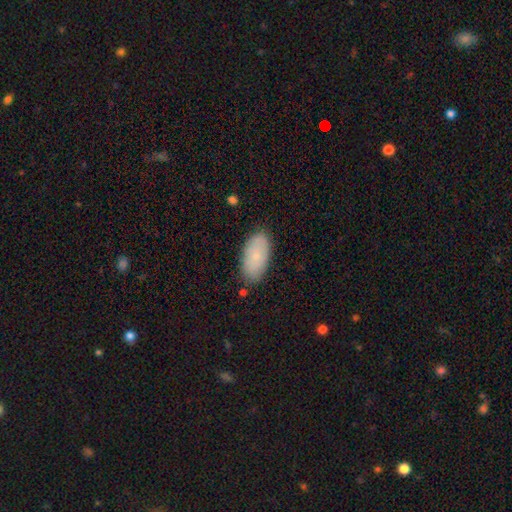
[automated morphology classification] smooth 78%, featured or disk 16%, star or artifact 7%. Down the decision tree: how rounded — in between (94%); merging — none (82%).